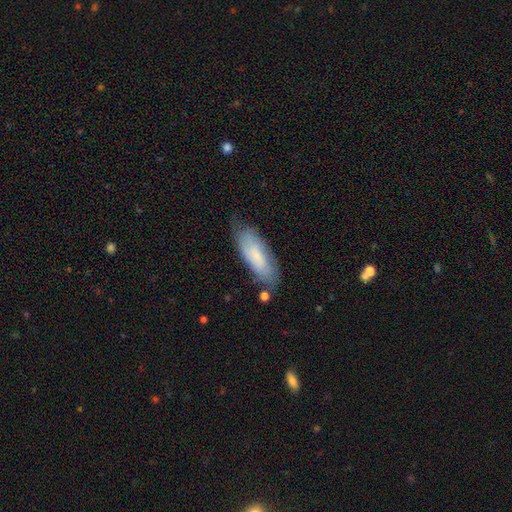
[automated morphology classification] Smooth or featured? Predicted: smooth (p=0.70). How rounded? Predicted: in between (p=0.65). Merging? Predicted: none (p=0.67).